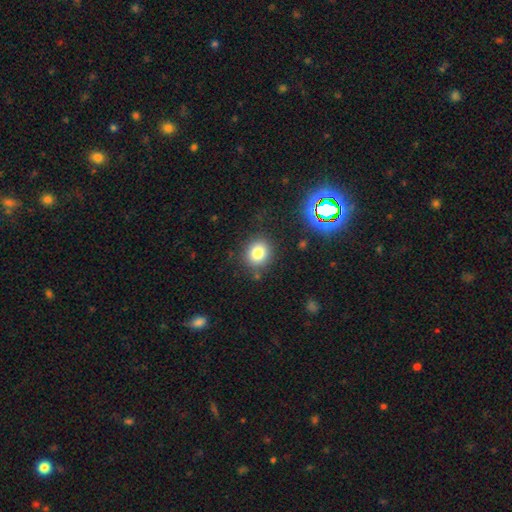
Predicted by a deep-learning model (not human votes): smooth-or-featured: smooth: 74% | star or artifact: 19% | featured or disk: 8%
  how-rounded: round: 83% | in between: 16% | cigar-shaped: 1%
  merging: none: 86% | minor disturbance: 8% | merger: 3% | major disturbance: 3%